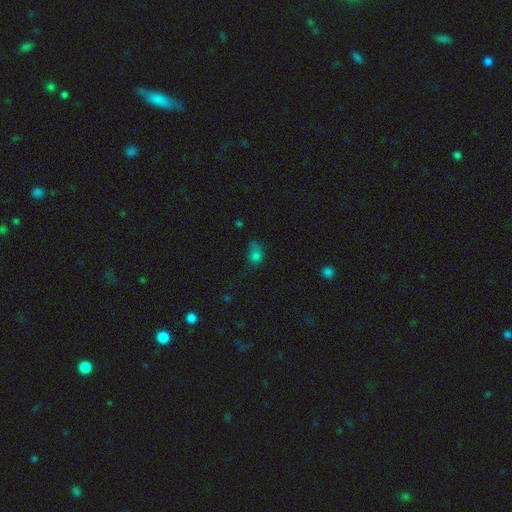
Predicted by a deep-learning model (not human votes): Smooth or featured?
  - smooth: 72% *
  - star or artifact: 18%
  - featured or disk: 10%
How rounded?
  - in between: 60% *
  - round: 38%
  - cigar-shaped: 2%
Merging?
  - none: 36% *
  - minor disturbance: 32%
  - major disturbance: 25%
  - merger: 6%